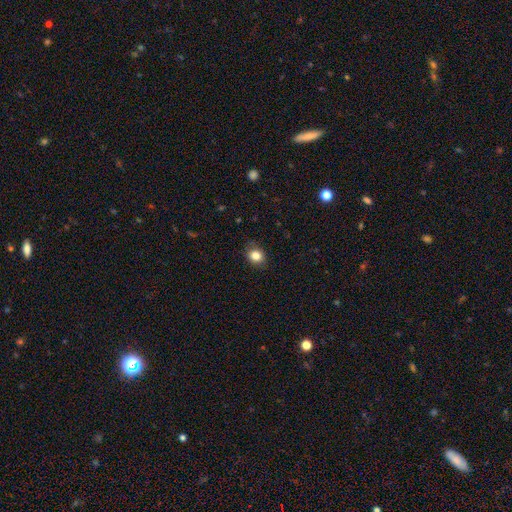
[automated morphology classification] smooth 82%, star or artifact 10%, featured or disk 7%. Down the decision tree: how rounded — round (57%); merging — none (82%).